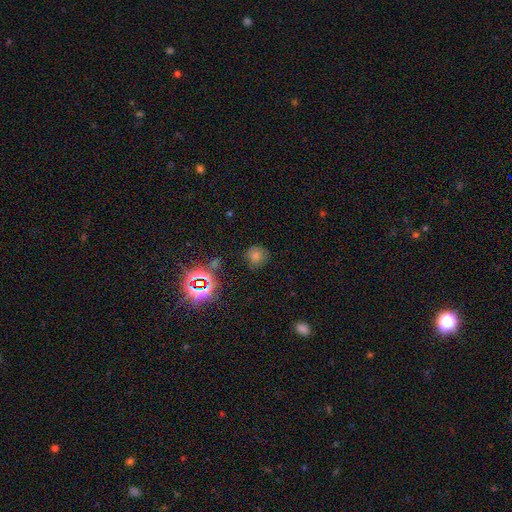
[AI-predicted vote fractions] Smooth or featured: smooth — 52% (star or artifact — 38%)
How rounded: round — 86% (in between — 13%)
Merging: none — 82% (minor disturbance — 12%)